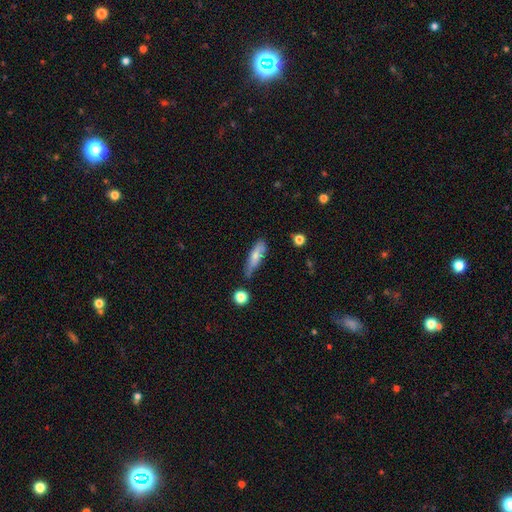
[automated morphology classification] This appears to be a smooth galaxy with no disk features (68%) that is cigar-shaped (59%). Merging: none (62%).